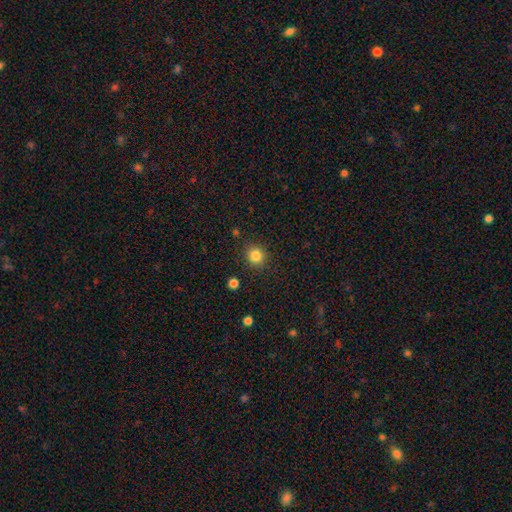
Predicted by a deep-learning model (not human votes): A smooth galaxy with no disk features (84%) that is round (90%).

Vote fractions:
- Smooth or featured? smooth: 84% / star or artifact: 12% / featured or disk: 5%
- How rounded? round: 90% / in between: 9% / cigar-shaped: 1%
- Merging? none: 89% / minor disturbance: 7% / major disturbance: 2% / merger: 2%